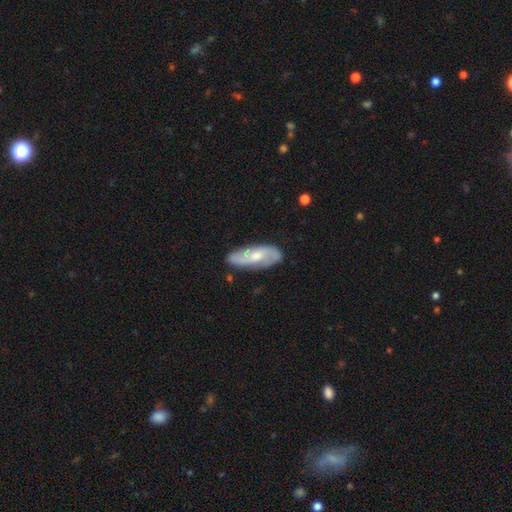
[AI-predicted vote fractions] Q: Smooth or featured?
A: featured or disk (63%); runner-up: smooth (30%)
Q: Edge-on disk?
A: no (86%); runner-up: yes (14%)
Q: Bar?
A: no (53%); runner-up: weak (38%)
Q: Spiral arms?
A: yes (87%); runner-up: no (13%)
Q: Bulge size?
A: moderate (57%); runner-up: small (34%)
Q: Merging?
A: none (78%); runner-up: minor disturbance (17%)